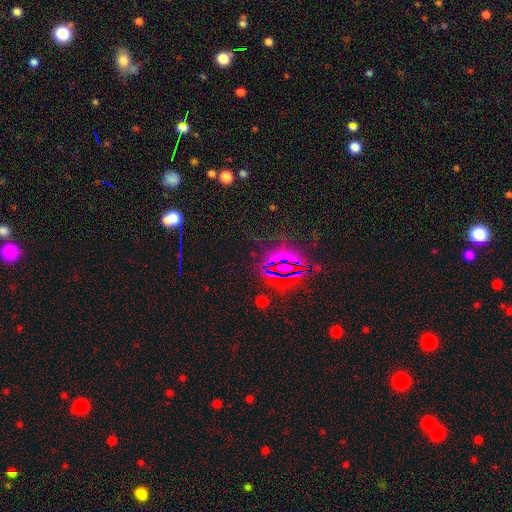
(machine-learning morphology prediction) smooth-or-featured: star or artifact: 80% | smooth: 12% | featured or disk: 8%